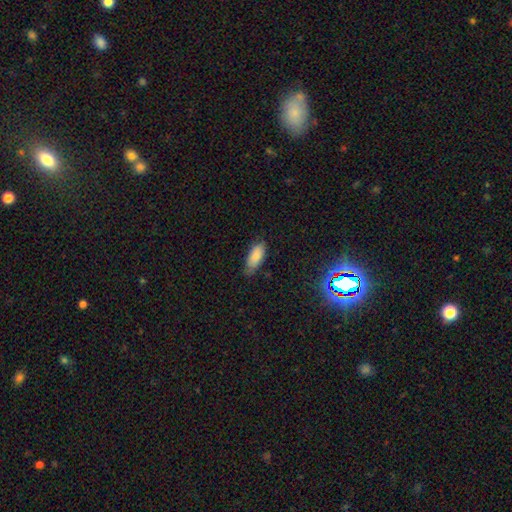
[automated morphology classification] Smooth or featured: smooth — 85% (star or artifact — 8%)
How rounded: in between — 83% (cigar-shaped — 15%)
Merging: none — 73% (minor disturbance — 22%)